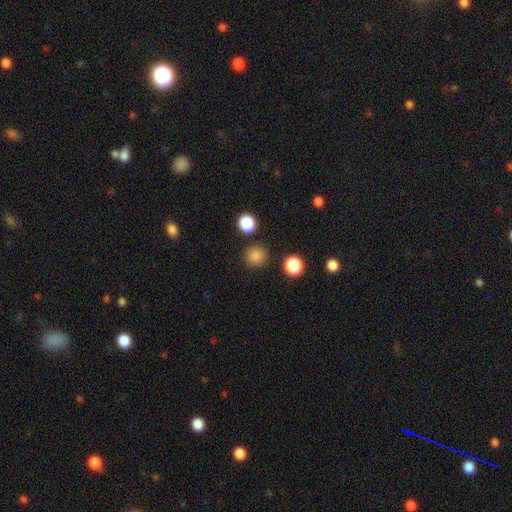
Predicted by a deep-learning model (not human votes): A smooth galaxy with no disk features (83%) that is round (91%).

Vote fractions:
- Smooth or featured? smooth: 83% / star or artifact: 13% / featured or disk: 3%
- How rounded? round: 91% / in between: 8% / cigar-shaped: 1%
- Merging? none: 87% / minor disturbance: 7% / merger: 3% / major disturbance: 3%